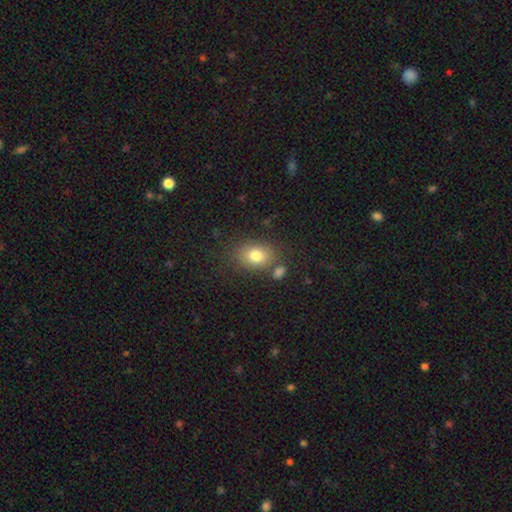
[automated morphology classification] smooth 78%, featured or disk 11%, star or artifact 11%. Down the decision tree: how rounded — in between (65%); merging — none (73%).